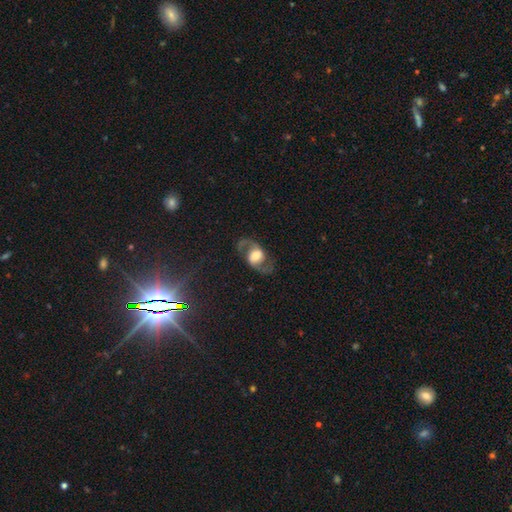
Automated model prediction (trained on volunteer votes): This appears to be a featured or disk galaxy (76%) with no bar (48%), 2 (92%) medium (48%) spiral arms (88%) and a large central bulge (43%). Merging: none (76%).